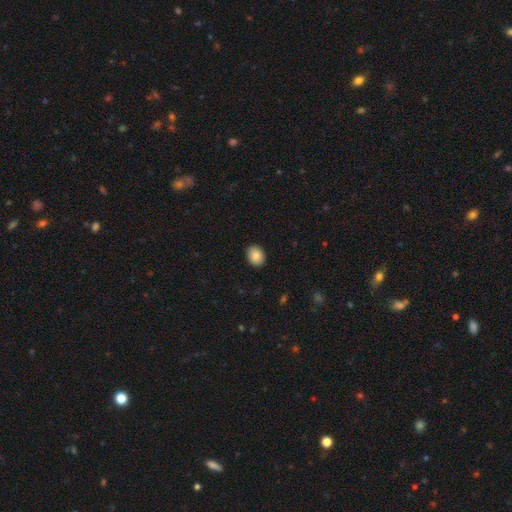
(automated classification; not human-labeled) smooth-or-featured: smooth: 86% | star or artifact: 8% | featured or disk: 6%
  how-rounded: in between: 51% | round: 48% | cigar-shaped: 1%
  merging: none: 90% | minor disturbance: 7% | major disturbance: 2% | merger: 1%